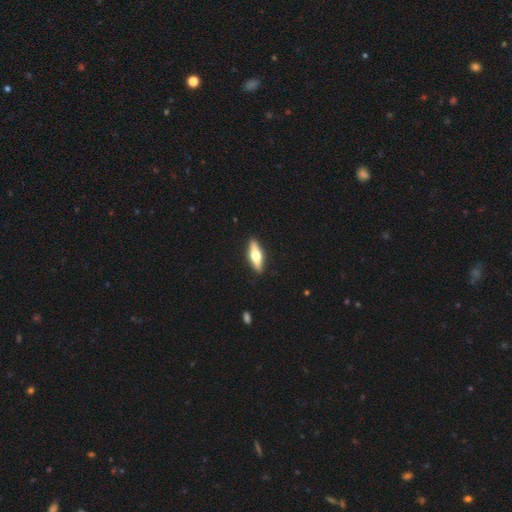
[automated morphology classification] Smooth or featured: featured or disk — 53% (smooth — 41%)
Edge-on disk: yes — 92% (no — 8%)
Merging: none — 90% (minor disturbance — 7%)